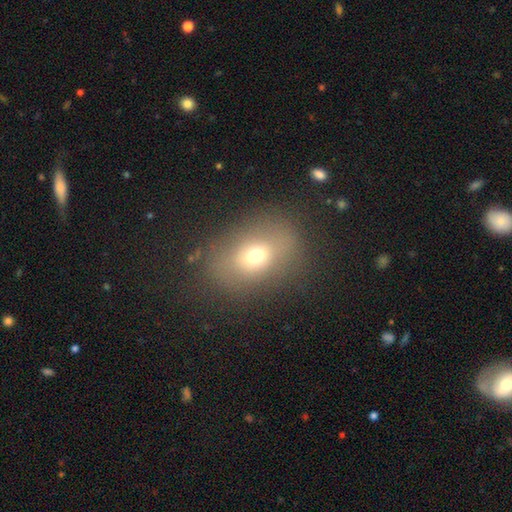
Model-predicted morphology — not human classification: type=smooth (66%); roundness=in between (65%); merging=none (74%).